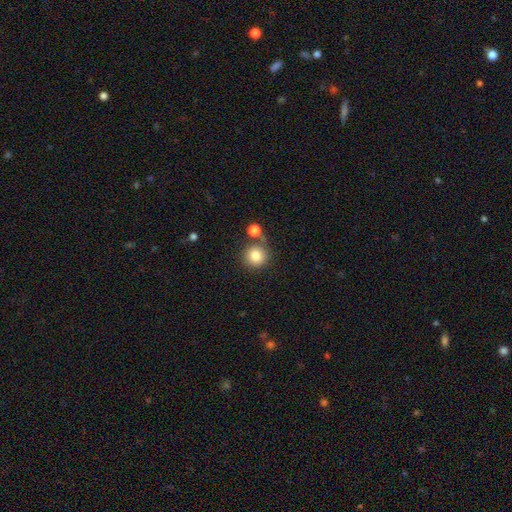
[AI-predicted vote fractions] smooth_or_featured: smooth (p=0.82) [alt: star or artifact p=0.10]
how_rounded: round (p=0.92) [alt: in between p=0.07]
merging: none (p=0.67) [alt: merger p=0.18]